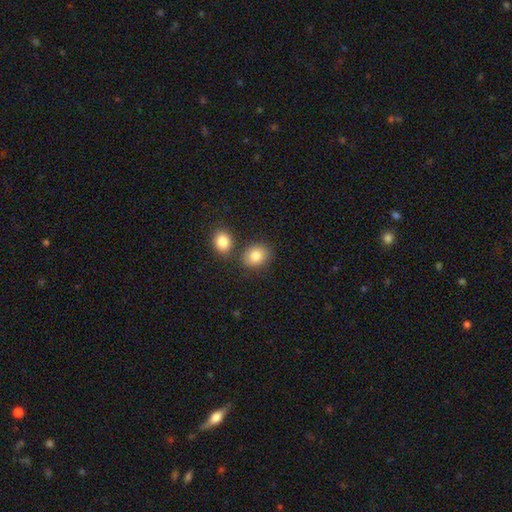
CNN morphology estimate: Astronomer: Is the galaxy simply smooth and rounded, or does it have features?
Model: smooth — 84%.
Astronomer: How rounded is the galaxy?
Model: round — 56% (runner-up: in between, 43%).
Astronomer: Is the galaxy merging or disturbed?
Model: none — 70%.